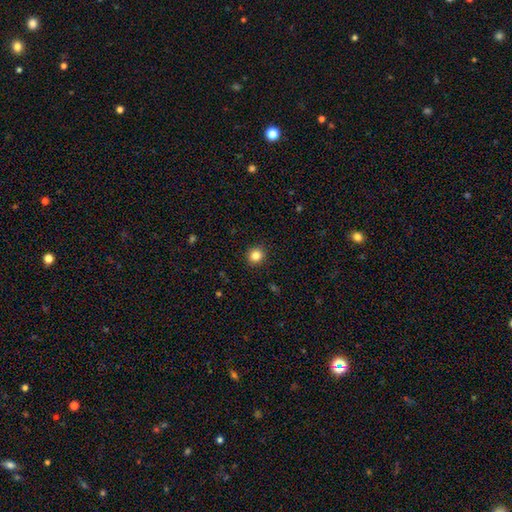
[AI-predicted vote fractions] This is clearly a smooth galaxy (84%). How rounded: clearly round (90%). Merging: clearly none (92%).